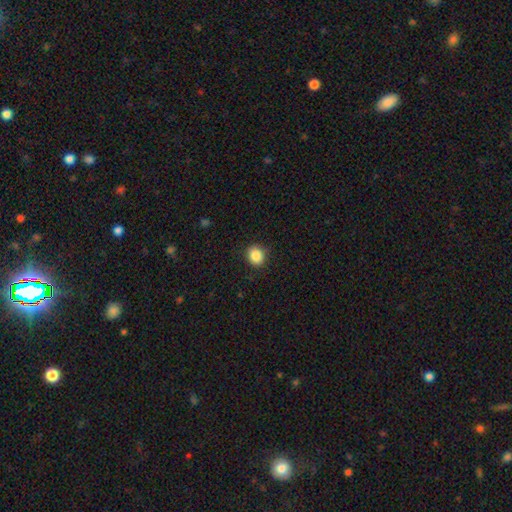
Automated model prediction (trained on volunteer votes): Smooth or featured? smooth (88%)
How rounded? round (72%)
Merging? none (87%)